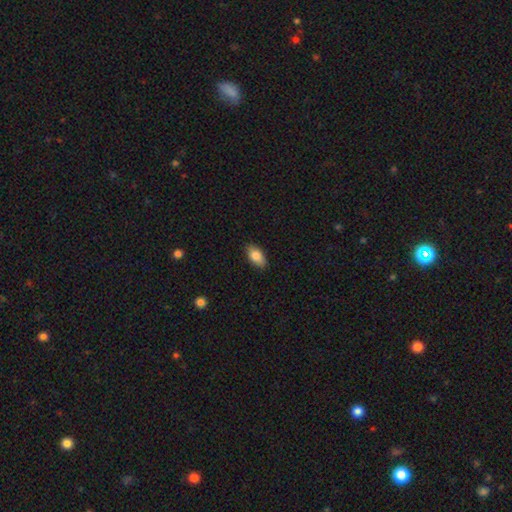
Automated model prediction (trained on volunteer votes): Smooth or featured?
  - smooth: 83% *
  - featured or disk: 10%
  - star or artifact: 7%
How rounded?
  - in between: 91% *
  - cigar-shaped: 5%
  - round: 4%
Merging?
  - none: 86% *
  - minor disturbance: 10%
  - major disturbance: 2%
  - merger: 1%